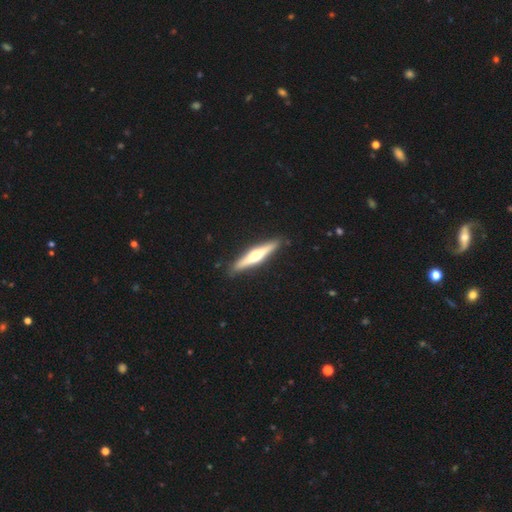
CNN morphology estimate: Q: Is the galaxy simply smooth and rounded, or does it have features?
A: featured or disk — 65%.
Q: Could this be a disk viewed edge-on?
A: yes — 97%.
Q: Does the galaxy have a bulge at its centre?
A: rounded — 88%.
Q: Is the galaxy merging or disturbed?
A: none — 90%.